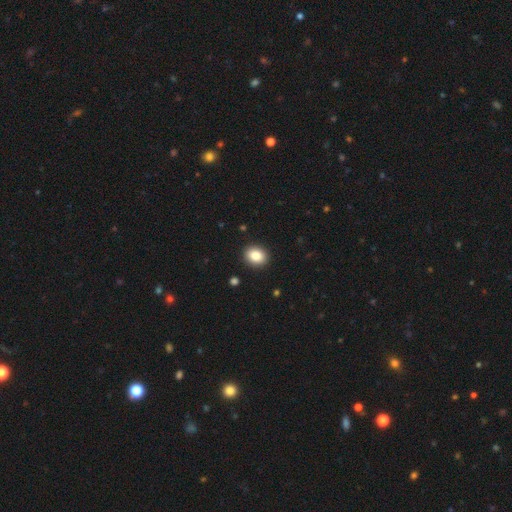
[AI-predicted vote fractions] This appears to be a smooth galaxy with no disk features (85%) that is round (56%). Merging: none (91%).